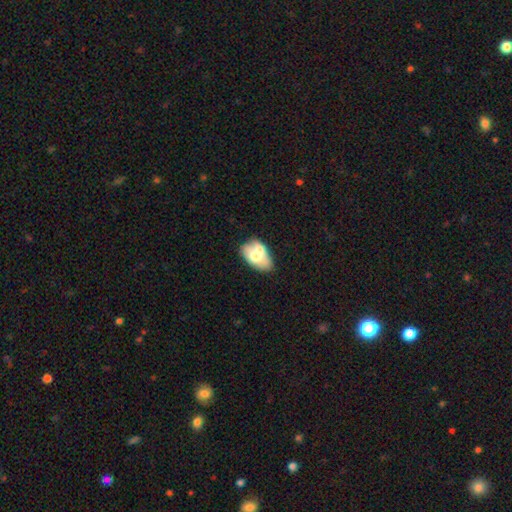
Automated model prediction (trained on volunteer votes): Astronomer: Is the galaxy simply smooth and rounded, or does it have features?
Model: smooth — 60%.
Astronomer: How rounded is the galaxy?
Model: in between — 88%.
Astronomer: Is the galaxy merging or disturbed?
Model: merger — 40% (runner-up: none, 33%).